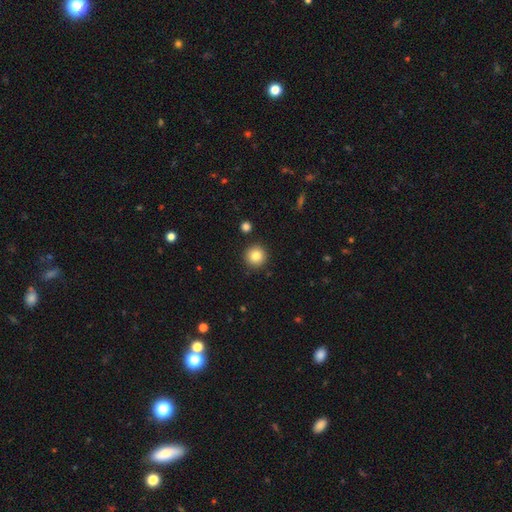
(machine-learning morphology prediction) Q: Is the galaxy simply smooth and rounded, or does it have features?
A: smooth — 84%.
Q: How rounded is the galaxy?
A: round — 95%.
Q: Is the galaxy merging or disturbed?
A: none — 91%.